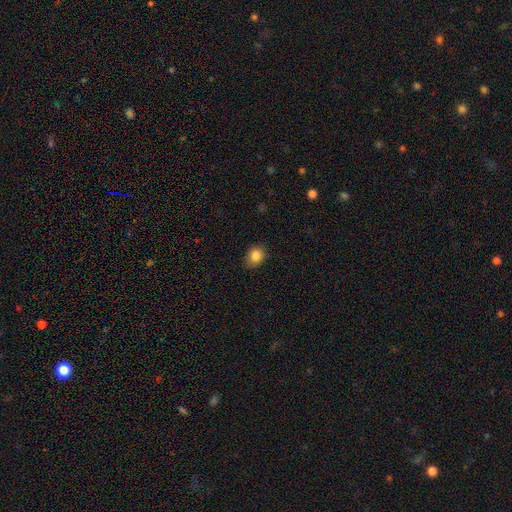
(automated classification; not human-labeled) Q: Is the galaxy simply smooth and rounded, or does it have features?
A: smooth — 85%.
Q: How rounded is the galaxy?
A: in between — 61%.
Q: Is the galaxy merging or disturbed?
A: none — 81%.